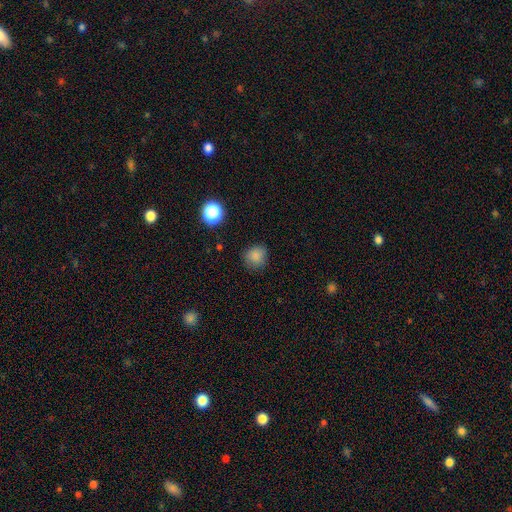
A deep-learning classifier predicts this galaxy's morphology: This appears to be a smooth galaxy with no disk features (81%) that is round (83%). Merging: none (83%).